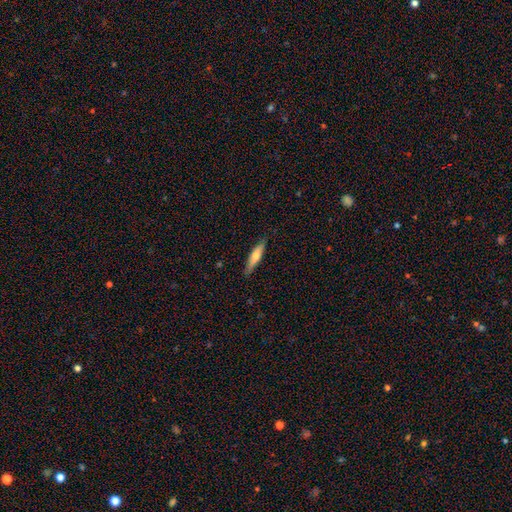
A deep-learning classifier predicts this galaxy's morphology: Smooth or featured? Predicted: smooth (p=0.61). How rounded? Predicted: cigar-shaped (p=0.79). Merging? Predicted: none (p=0.87).